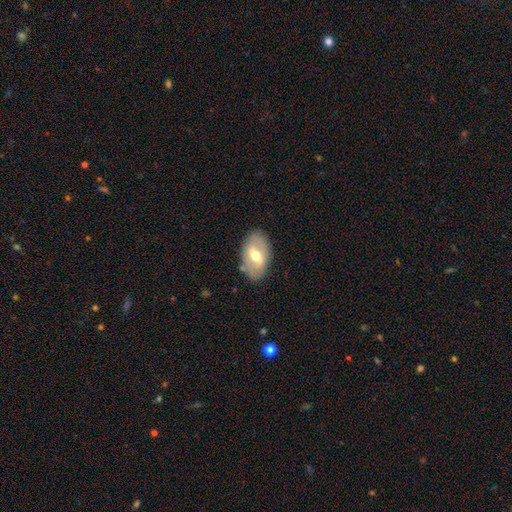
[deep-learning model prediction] Smooth or featured? featured or disk (52%)
Edge-on disk? no (86%)
Merging? none (82%)